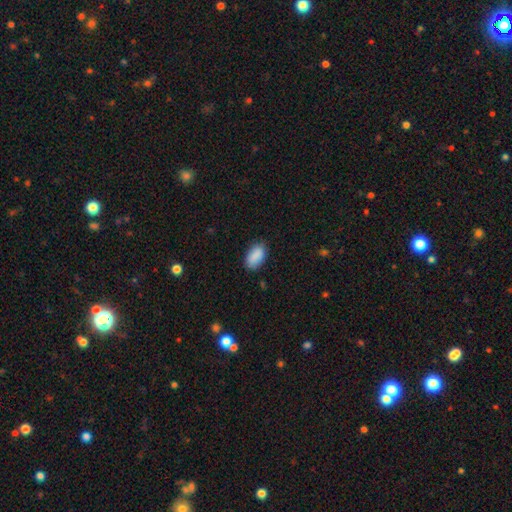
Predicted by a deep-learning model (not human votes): A smooth galaxy with no disk features (89%) that is in between round and cigar-shaped (93%).

Vote fractions:
- Smooth or featured? smooth: 89% / star or artifact: 7% / featured or disk: 4%
- How rounded? in between: 93% / round: 4% / cigar-shaped: 2%
- Merging? none: 82% / minor disturbance: 14% / major disturbance: 3% / merger: 1%